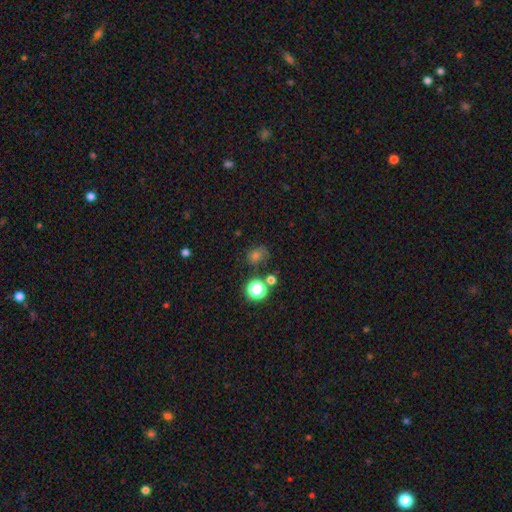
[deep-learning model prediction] smooth_or_featured: smooth (p=0.64) [alt: star or artifact p=0.27]
how_rounded: round (p=0.69) [alt: in between p=0.30]
merging: none (p=0.67) [alt: minor disturbance p=0.18]